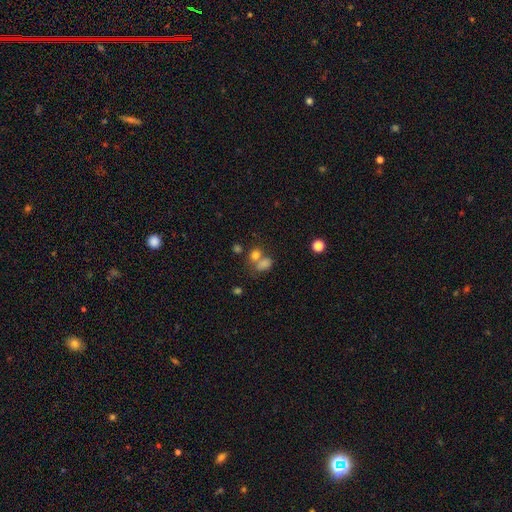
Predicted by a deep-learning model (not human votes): smooth-or-featured: smooth: 74% | star or artifact: 16% | featured or disk: 10%
  how-rounded: round: 49% (tied) | in between: 49% (tied) | cigar-shaped: 1%
  merging: merger: 43% | none: 40% | minor disturbance: 10% | major disturbance: 7%